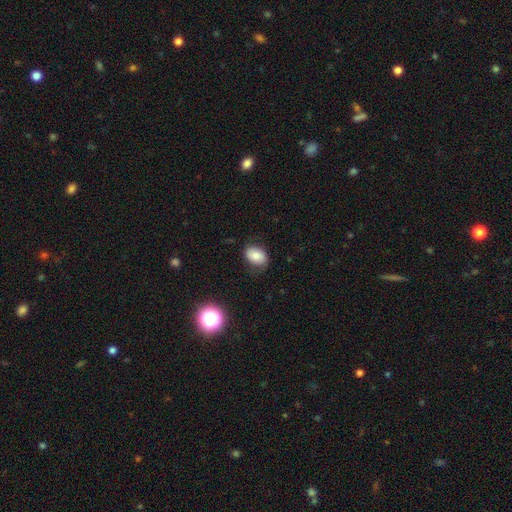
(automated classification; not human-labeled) smooth 77%, featured or disk 13%, star or artifact 10%. Down the decision tree: how rounded — in between (78%); merging — none (76%).